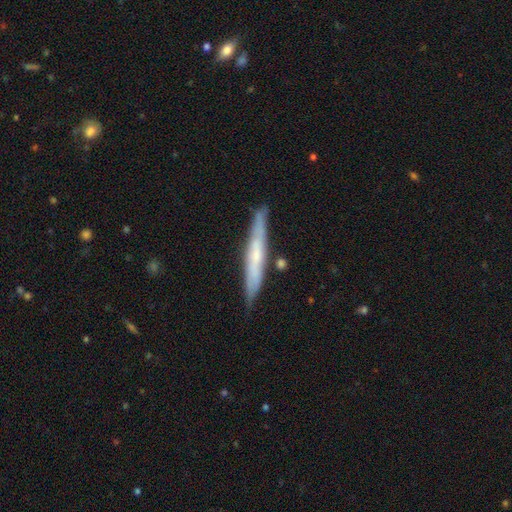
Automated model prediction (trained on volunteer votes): A featured or disk galaxy (50%). Merging: none (81%).